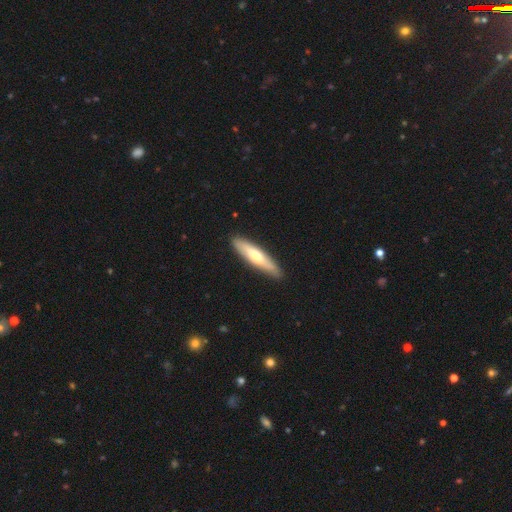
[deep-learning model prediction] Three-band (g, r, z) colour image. It shows a smooth galaxy with no disk features (53%) that is cigar-shaped (78%). Merging: none (89%).